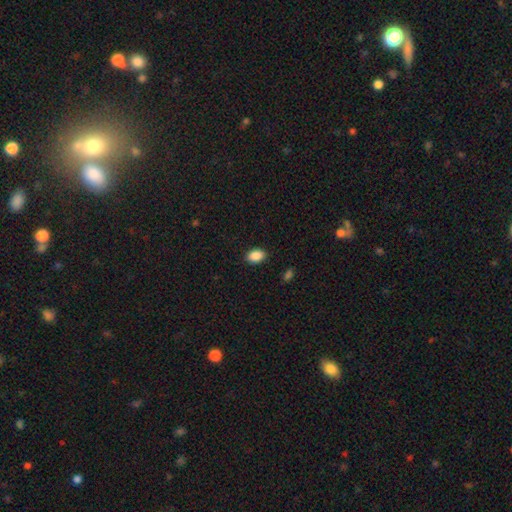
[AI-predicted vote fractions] smooth 89%, star or artifact 8%, featured or disk 3%. Down the decision tree: how rounded — in between (87%); merging — none (89%).